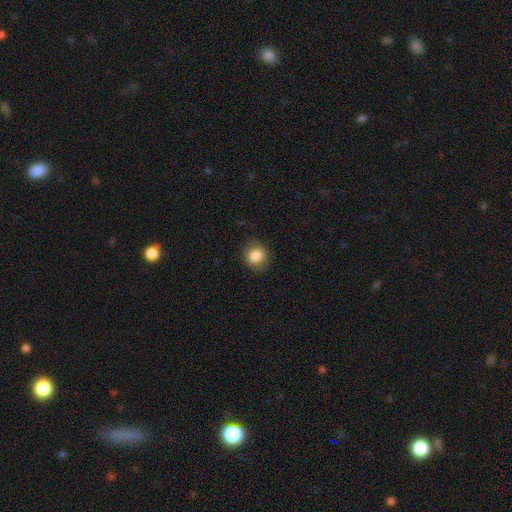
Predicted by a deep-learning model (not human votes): Overall: smooth (85%). How rounded: round (86%). Merging: none (83%).